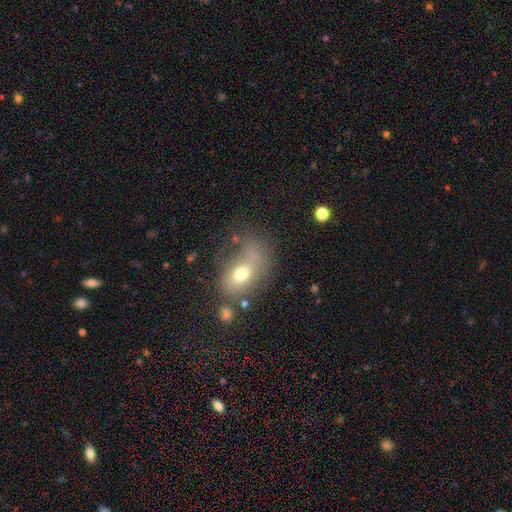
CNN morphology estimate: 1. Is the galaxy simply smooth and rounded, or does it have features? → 59% smooth, 26% featured or disk, 15% star or artifact.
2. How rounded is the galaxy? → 74% in between, 23% round, 3% cigar-shaped.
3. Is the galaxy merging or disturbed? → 37% none, 25% minor disturbance, 24% major disturbance, 15% merger.